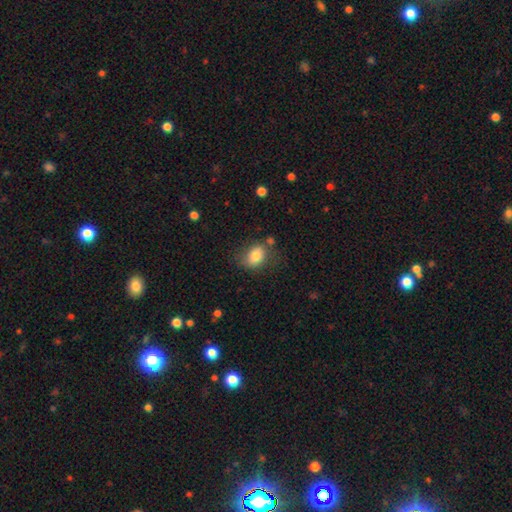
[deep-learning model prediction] The model was most divided on "how rounded": in between: 69%, round: 30%, cigar-shaped: 1%. More confident: smooth or featured — smooth (80%); merging — none (66%).